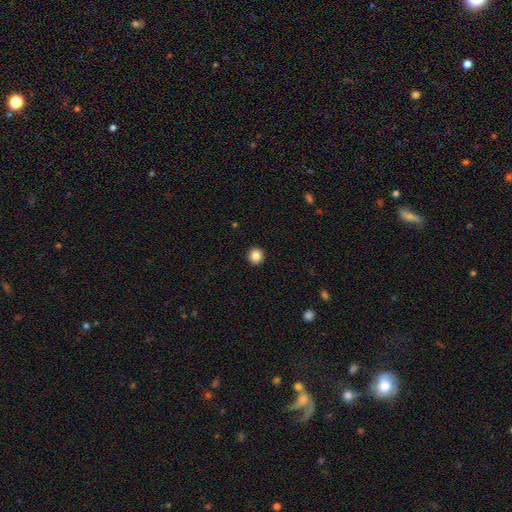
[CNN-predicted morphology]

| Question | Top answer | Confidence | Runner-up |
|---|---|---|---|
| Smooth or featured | smooth | 85% | star or artifact (10%) |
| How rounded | round | 95% | in between (4%) |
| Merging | none | 93% | minor disturbance (4%) |